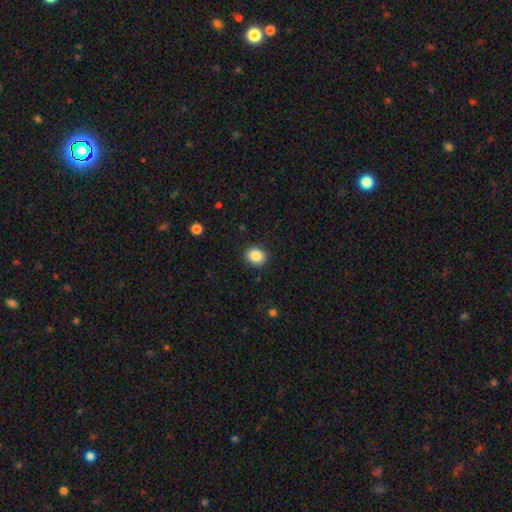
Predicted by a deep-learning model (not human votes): A smooth galaxy with no disk features (86%) that is round (60%). Merging: none (89%).